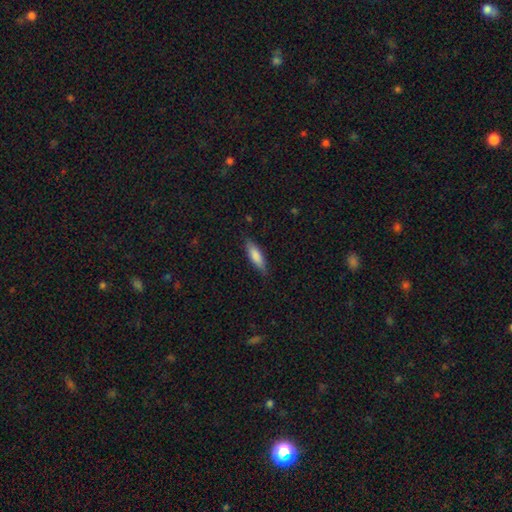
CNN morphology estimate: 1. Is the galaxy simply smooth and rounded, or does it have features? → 81% smooth, 13% featured or disk, 6% star or artifact.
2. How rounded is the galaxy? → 58% cigar-shaped, 40% in between, 2% round.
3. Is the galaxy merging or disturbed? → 83% none, 14% minor disturbance, 2% major disturbance, 1% merger.